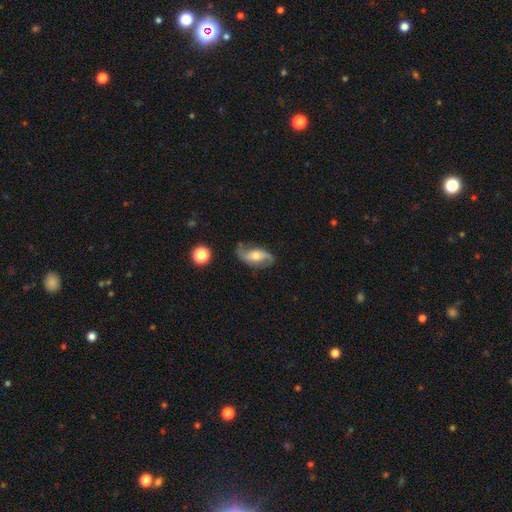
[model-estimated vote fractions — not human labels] smooth_or_featured: featured or disk (p=0.71) [alt: smooth p=0.22]
disk_edge_on: no (p=0.93) [alt: yes p=0.07]
bar: no (p=0.49) [alt: weak p=0.34]
has_spiral_arms: yes (p=0.92) [alt: no p=0.08]
spiral_winding: loose (p=0.70) [alt: medium p=0.22]
spiral_arm_count: 2 (p=0.90) [alt: can't tell p=0.04]
bulge_size: moderate (p=0.60) [alt: small p=0.28]
merging: none (p=0.68) [alt: minor disturbance p=0.21]